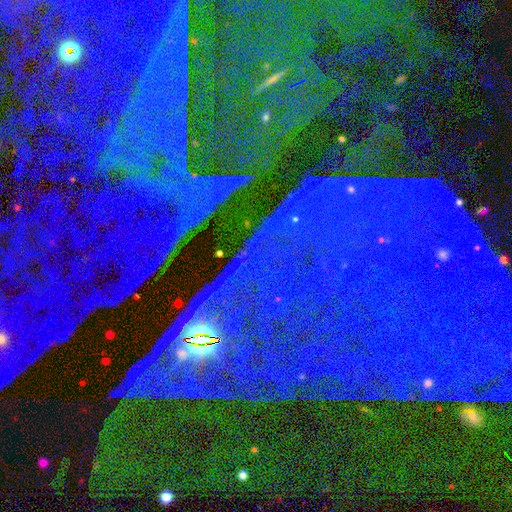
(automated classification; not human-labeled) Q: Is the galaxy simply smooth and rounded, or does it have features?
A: star or artifact — 85%.